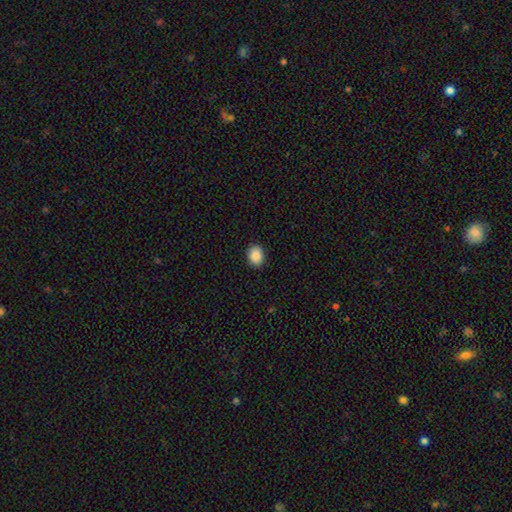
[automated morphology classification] type=smooth (90%); roundness=in between (60%); merging=none (90%).